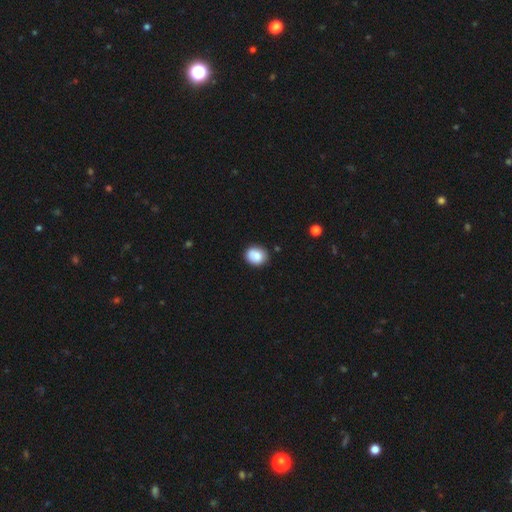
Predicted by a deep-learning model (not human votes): smooth-or-featured: smooth: 83% | featured or disk: 9% | star or artifact: 9%
  how-rounded: round: 69% | in between: 30% | cigar-shaped: 1%
  merging: none: 79% | minor disturbance: 14% | merger: 4% | major disturbance: 3%